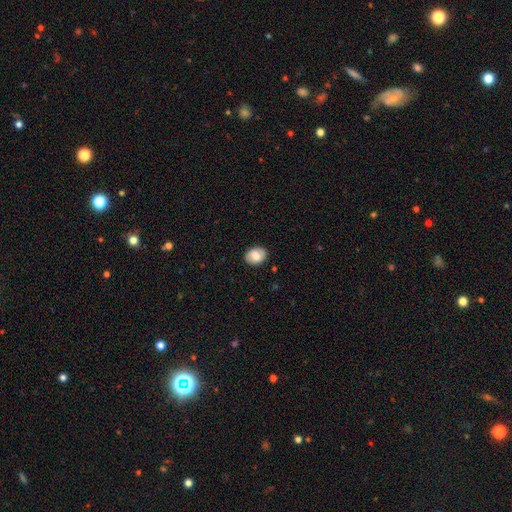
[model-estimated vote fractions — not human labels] Smooth or featured?
  - smooth: 72% *
  - featured or disk: 21%
  - star or artifact: 8%
How rounded?
  - in between: 59% *
  - round: 40%
  - cigar-shaped: 1%
Merging?
  - none: 87% *
  - minor disturbance: 10%
  - major disturbance: 2%
  - merger: 1%